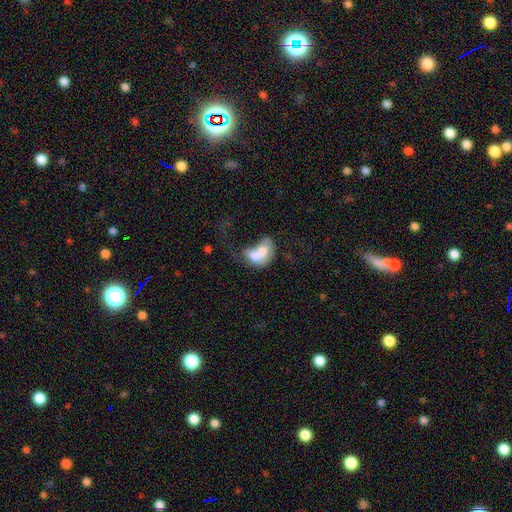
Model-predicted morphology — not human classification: Q: Smooth or featured?
A: smooth (60%); runner-up: featured or disk (33%)
Q: How rounded?
A: in between (70%); runner-up: round (29%)
Q: Merging?
A: merger (73%); runner-up: none (10%)